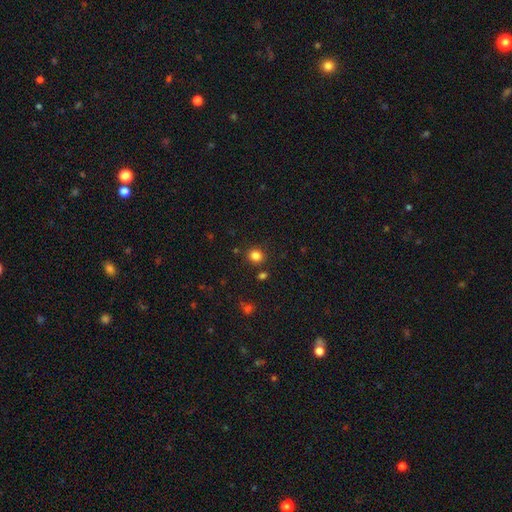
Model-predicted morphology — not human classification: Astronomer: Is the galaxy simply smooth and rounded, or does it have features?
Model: smooth — 83%.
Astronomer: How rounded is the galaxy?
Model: round — 79%.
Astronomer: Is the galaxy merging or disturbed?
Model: none — 86%.